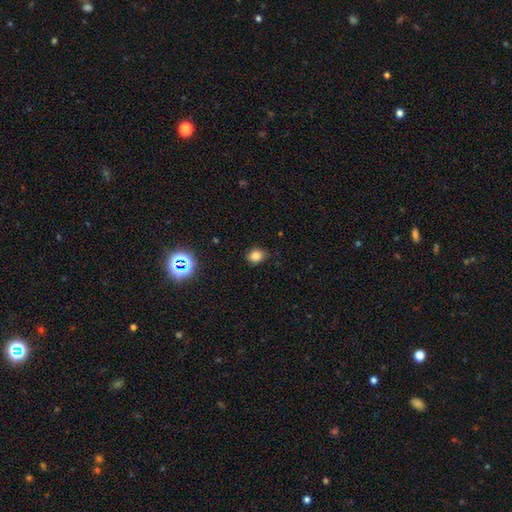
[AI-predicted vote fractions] Overall: smooth (80%). How rounded: round (50%; in between 49%). Merging: none (79%).